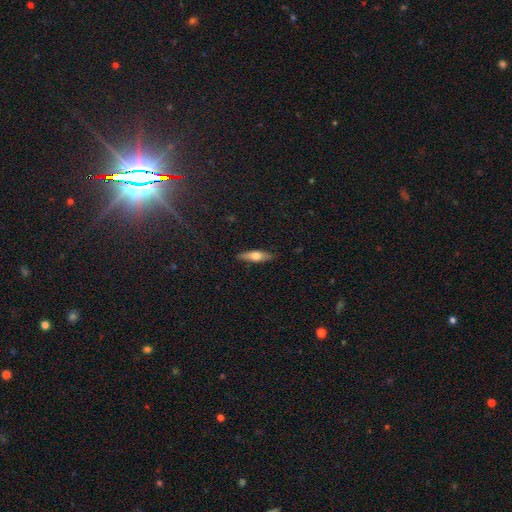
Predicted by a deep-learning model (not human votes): smooth_or_featured: smooth (p=0.56) [alt: featured or disk p=0.38]
how_rounded: cigar-shaped (p=0.64) [alt: in between p=0.34]
merging: none (p=0.87) [alt: minor disturbance p=0.10]